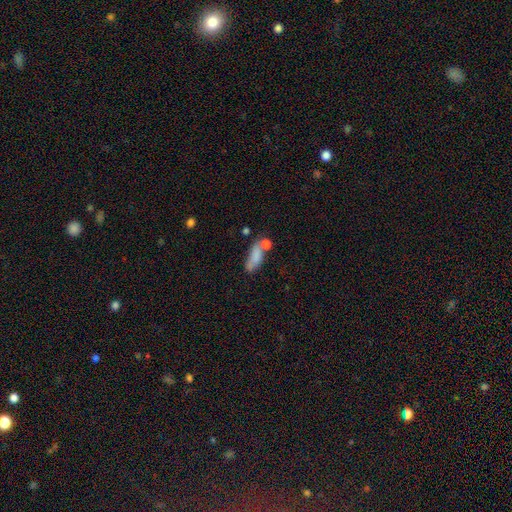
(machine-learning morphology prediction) Smooth or featured: smooth — 73% (featured or disk — 17%)
How rounded: in between — 63% (cigar-shaped — 32%)
Merging: none — 38% (merger — 28%)